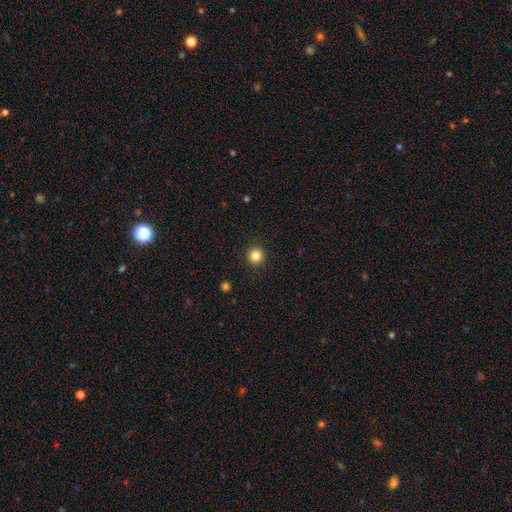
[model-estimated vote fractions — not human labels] Smooth or featured?
  - smooth: 84% *
  - star or artifact: 12%
  - featured or disk: 5%
How rounded?
  - round: 94% *
  - in between: 5%
  - cigar-shaped: 1%
Merging?
  - none: 92% *
  - minor disturbance: 5%
  - major disturbance: 2%
  - merger: 1%